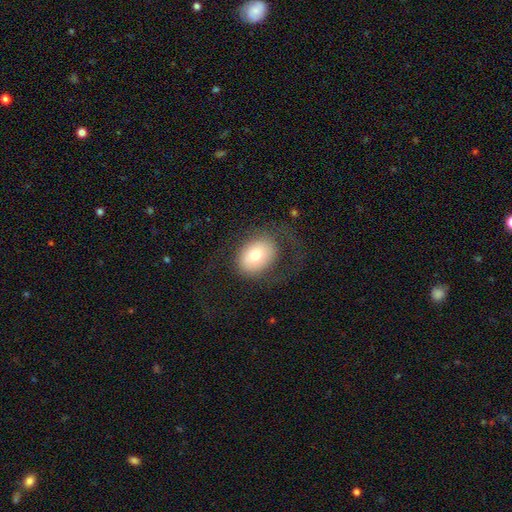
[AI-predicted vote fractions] smooth 68%, featured or disk 23%, star or artifact 9%. Down the decision tree: how rounded — in between (63%); merging — none (61%).